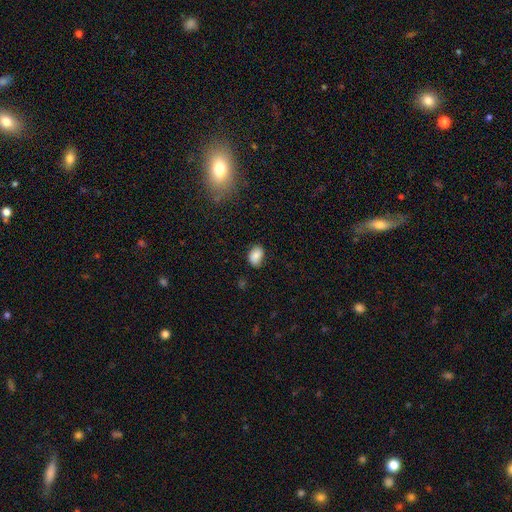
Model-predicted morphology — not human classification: This is clearly a smooth galaxy (84%). How rounded: clearly in between (81%). Merging: likely none (69%).